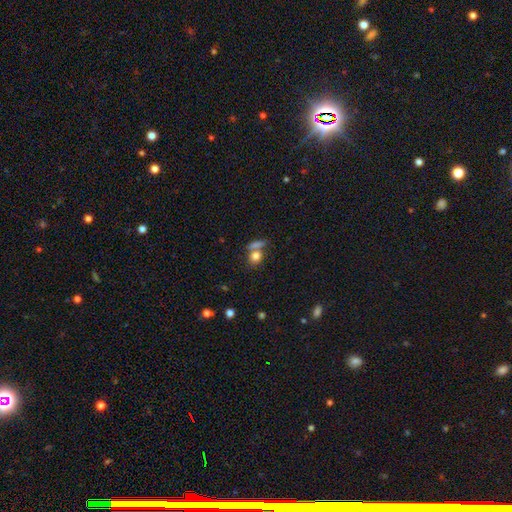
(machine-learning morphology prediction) type=smooth (79%); roundness=round (66%); merging=none (49%).